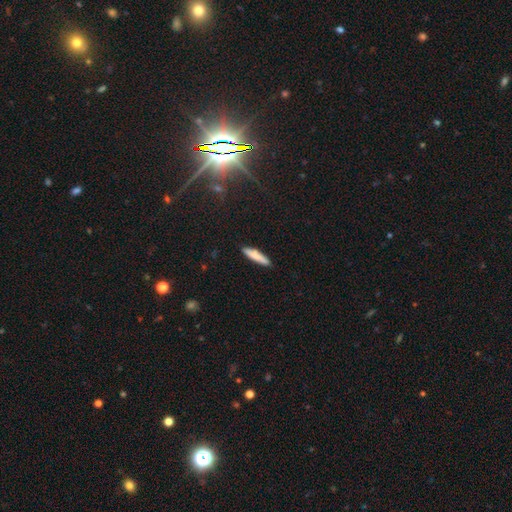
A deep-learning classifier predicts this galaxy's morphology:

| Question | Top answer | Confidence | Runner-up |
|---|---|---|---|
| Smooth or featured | smooth | 80% | featured or disk (14%) |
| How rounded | cigar-shaped | 84% | in between (14%) |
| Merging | none | 89% | minor disturbance (8%) |